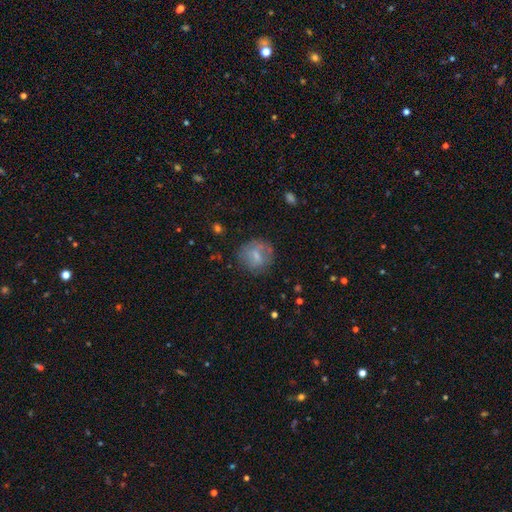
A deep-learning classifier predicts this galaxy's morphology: A smooth galaxy with no disk features (61%) that is round (81%).

Vote fractions:
- Smooth or featured? smooth: 61% / featured or disk: 29% / star or artifact: 9%
- How rounded? round: 81% / in between: 18% / cigar-shaped: 1%
- Merging? none: 67% / minor disturbance: 20% / major disturbance: 11% / merger: 2%